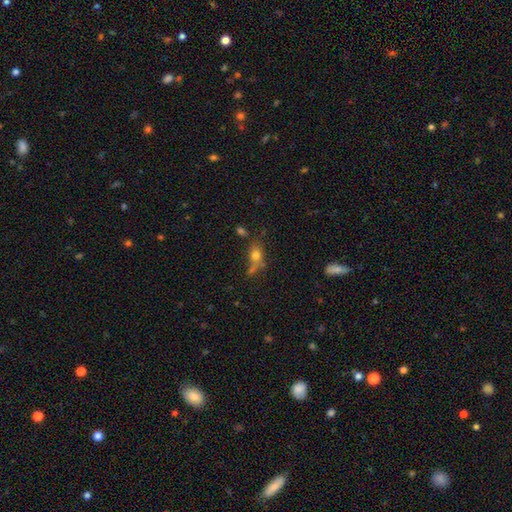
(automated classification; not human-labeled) The model was most divided on "merging": none: 48%, minor disturbance: 20%, merger: 19%, major disturbance: 13%. More confident: smooth or featured — smooth (66%); how rounded — in between (63%).